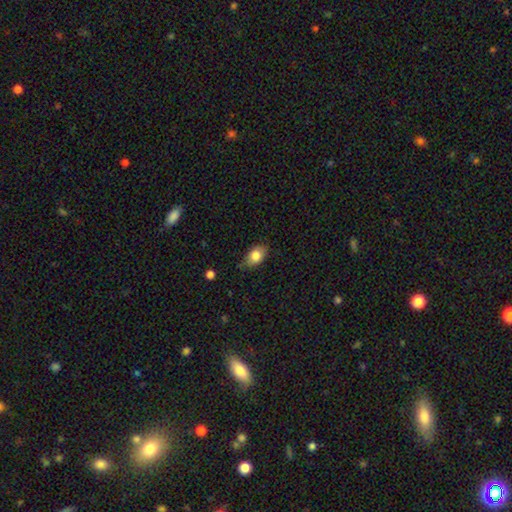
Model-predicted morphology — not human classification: This is clearly a smooth galaxy (81%). How rounded: clearly in between (85%). Merging: likely none (71%).